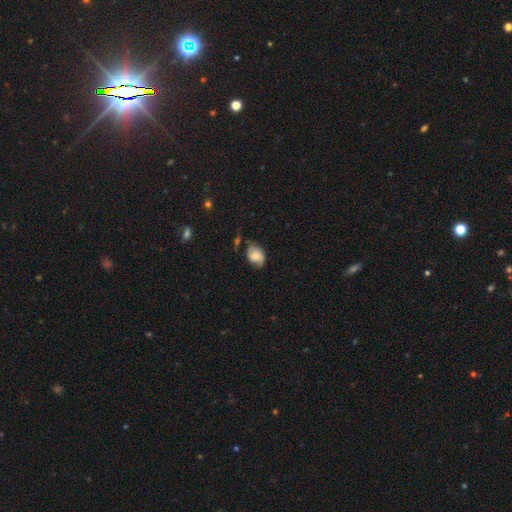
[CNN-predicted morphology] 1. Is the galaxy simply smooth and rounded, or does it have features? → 56% smooth, 35% featured or disk, 9% star or artifact.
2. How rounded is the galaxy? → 69% in between, 30% round, 1% cigar-shaped.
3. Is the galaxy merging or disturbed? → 55% none, 31% minor disturbance, 10% major disturbance, 5% merger.